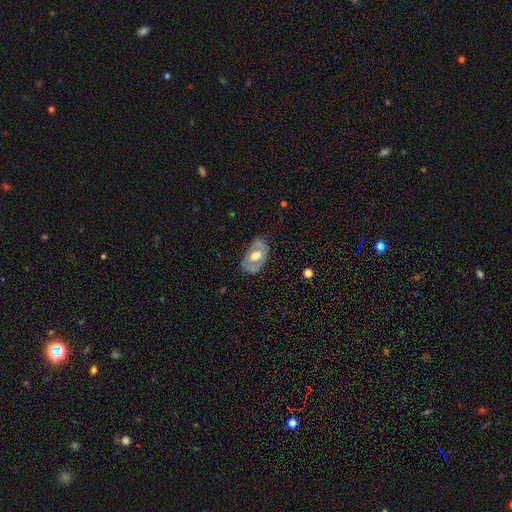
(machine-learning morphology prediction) featured or disk 55%, smooth 39%, star or artifact 6%. Down the decision tree: edge-on disk — no (90%); merging — none (73%).